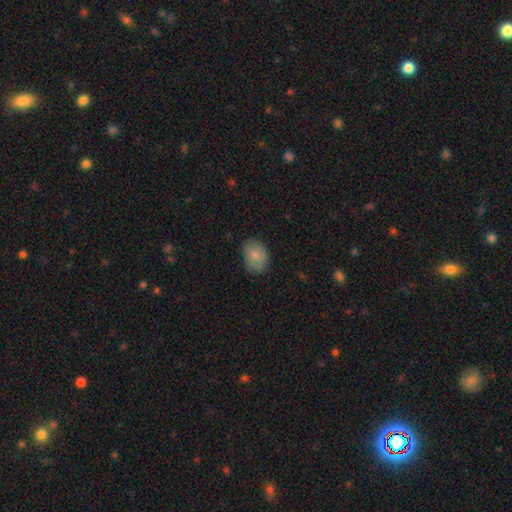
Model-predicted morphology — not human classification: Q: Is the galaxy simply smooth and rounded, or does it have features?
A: smooth — 81%.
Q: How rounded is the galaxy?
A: in between — 66%.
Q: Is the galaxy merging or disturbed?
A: none — 78%.